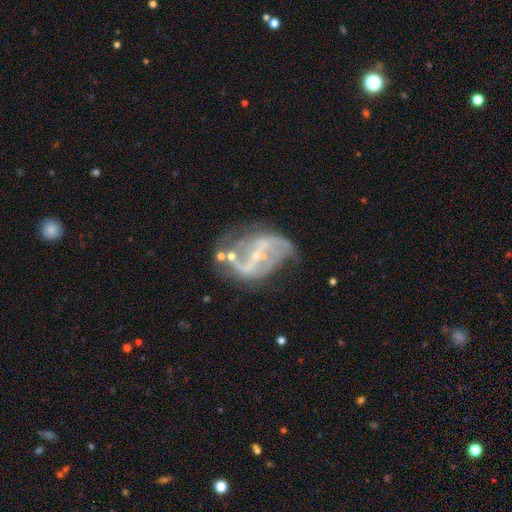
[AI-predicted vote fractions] A featured or disk galaxy (82%) with a weak bar (39%), 2 (72%) loose (55%) spiral arms (82%) and a small central bulge (72%).

Vote fractions:
- Smooth or featured? featured or disk: 82% / star or artifact: 9% / smooth: 8%
- Edge-on disk? no: 97% / yes: 3%
- Bar? weak: 39% / strong: 30% / no: 30%
- Spiral arms? yes: 82% / no: 18%
- Spiral winding? loose: 55% / medium: 32% / tight: 12%
- Spiral arm count? 2: 72% / can't tell: 14% / 3: 5% / 1: 4% / 4: 2% / more than 4: 2%
- Bulge size? small: 72% / moderate: 16% / none: 10% / large: 1% / dominant: 1%
- Merging? none: 40% / major disturbance: 25% / minor disturbance: 23% / merger: 11%